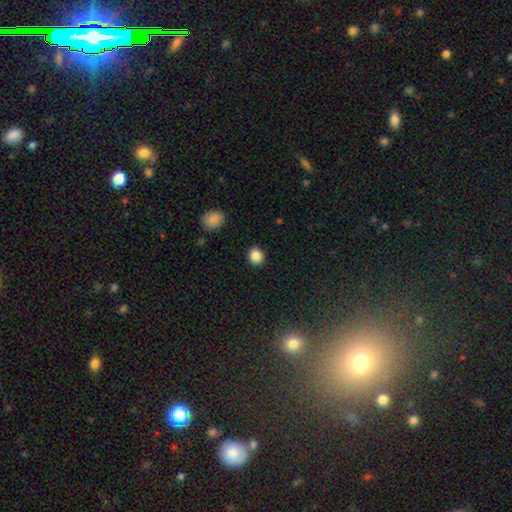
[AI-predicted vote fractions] Morphology: type=smooth (87%); roundness=round (89%); merging=none (91%).